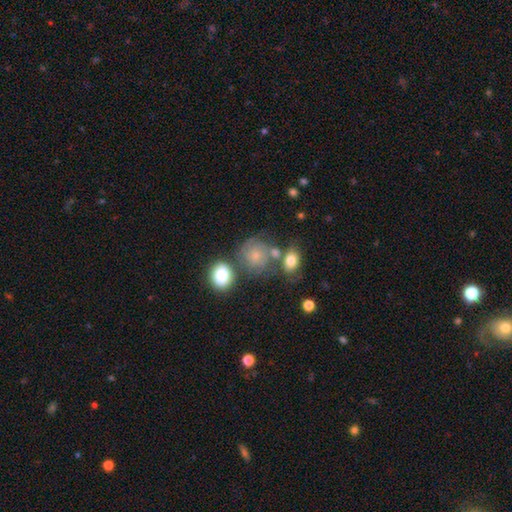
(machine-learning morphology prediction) A smooth galaxy with no disk features (44%, tied with featured or disk). Merging: none (53%).